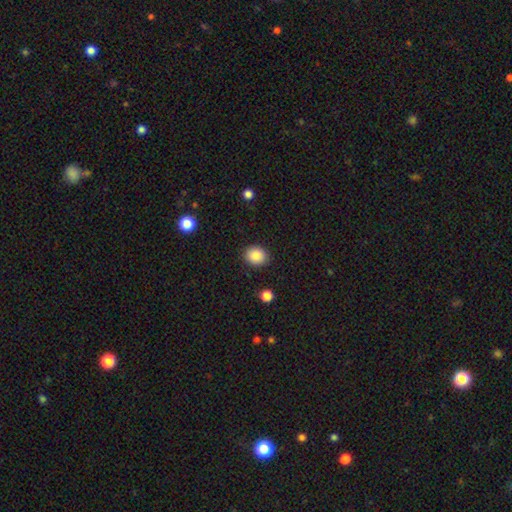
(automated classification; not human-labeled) Overall: smooth (88%). How rounded: round (66%; in between 33%). Merging: none (89%).